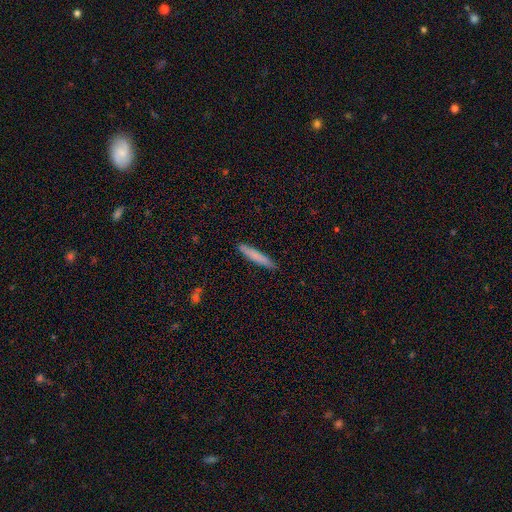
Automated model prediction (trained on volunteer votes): Smooth or featured: smooth — 77% (featured or disk — 17%)
How rounded: cigar-shaped — 95% (in between — 4%)
Merging: none — 90% (minor disturbance — 8%)